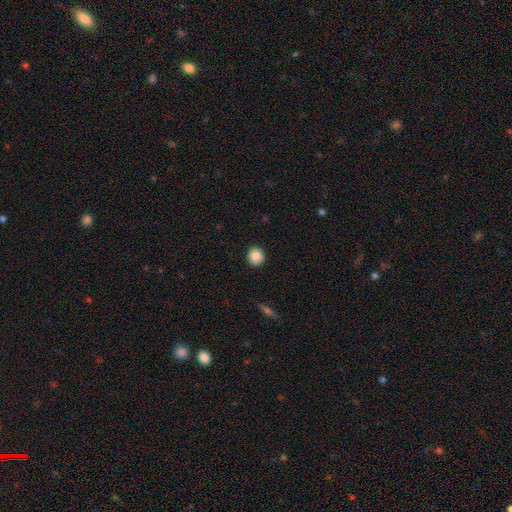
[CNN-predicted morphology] smooth_or_featured: smooth (p=0.84) [alt: star or artifact p=0.08]
how_rounded: round (p=0.89) [alt: in between p=0.10]
merging: none (p=0.92) [alt: minor disturbance p=0.06]